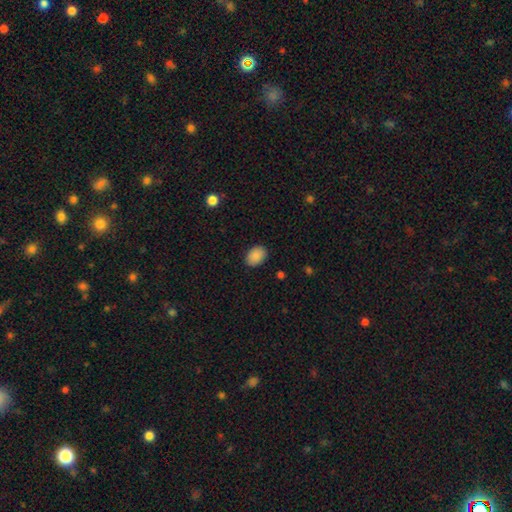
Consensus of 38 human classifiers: A smooth galaxy with no disk features (89%) that is in between round and cigar-shaped (88%).

Vote fractions:
- Smooth or featured? smooth: 89% / featured or disk: 5% / star or artifact: 5%
- How rounded? in between: 88% / round: 12% / cigar-shaped: 0%
- Merging? none: 83% / minor disturbance: 14% / major disturbance: 3% / merger: 0%